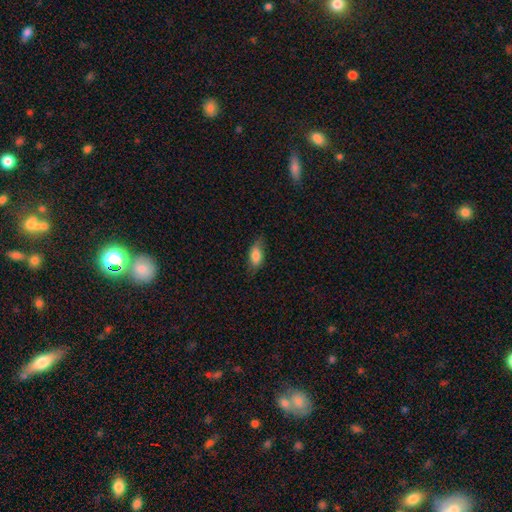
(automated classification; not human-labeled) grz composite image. It shows a smooth galaxy with no disk features (78%) that is in between round and cigar-shaped (85%). Merging: none (72%).